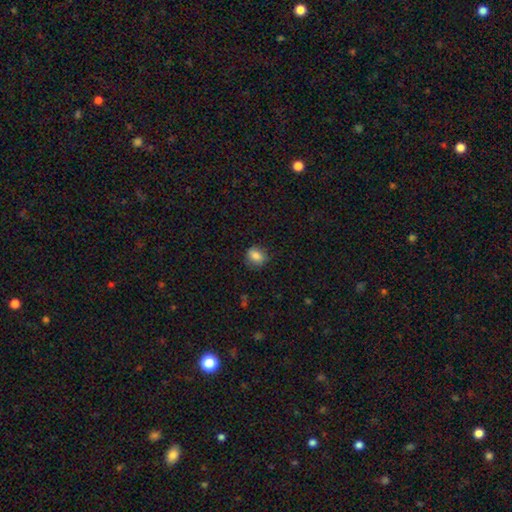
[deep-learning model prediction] This is clearly a smooth galaxy (82%). How rounded: possibly round (53%). Merging: likely none (79%).